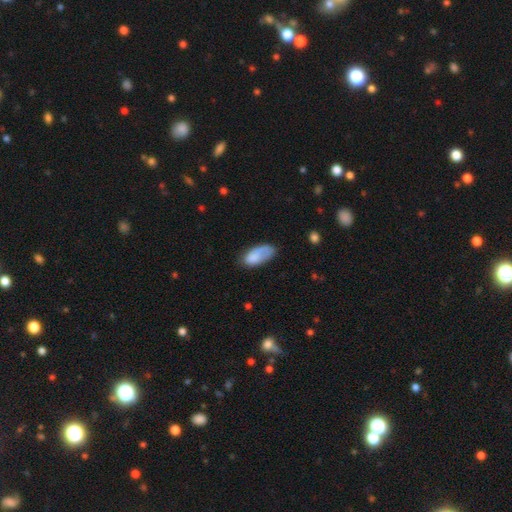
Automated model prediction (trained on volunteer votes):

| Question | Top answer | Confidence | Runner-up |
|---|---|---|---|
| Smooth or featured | smooth | 76% | featured or disk (18%) |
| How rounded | in between | 92% | cigar-shaped (5%) |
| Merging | none | 50% | minor disturbance (30%) |